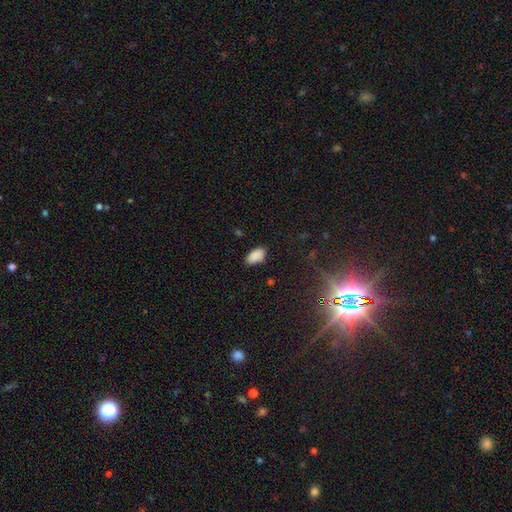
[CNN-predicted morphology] type=smooth (87%); roundness=in between (94%); merging=none (79%).